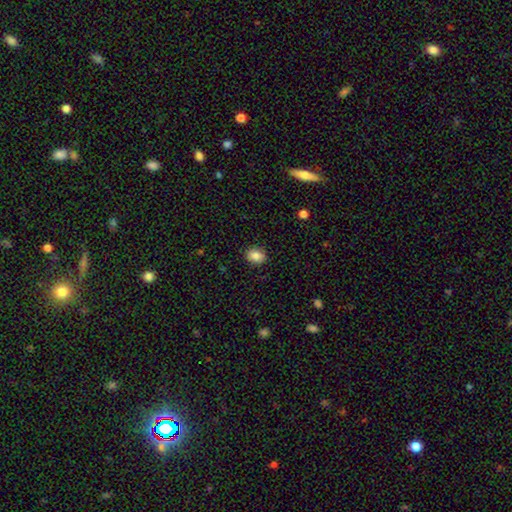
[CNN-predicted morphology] type=smooth (86%); roundness=in between (59%); merging=none (89%).